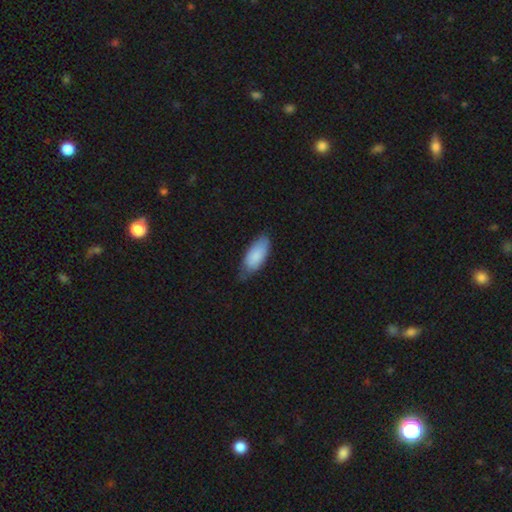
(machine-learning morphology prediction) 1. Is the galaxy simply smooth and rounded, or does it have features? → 85% smooth, 9% featured or disk, 6% star or artifact.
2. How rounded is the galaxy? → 87% in between, 12% cigar-shaped, 2% round.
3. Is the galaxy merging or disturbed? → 58% none, 34% minor disturbance, 6% major disturbance, 1% merger.